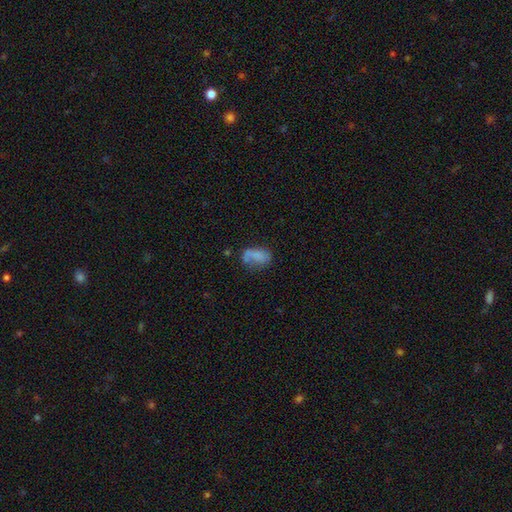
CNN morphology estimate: Smooth or featured? smooth (67%)
How rounded? in between (87%)
Merging? none (40%)